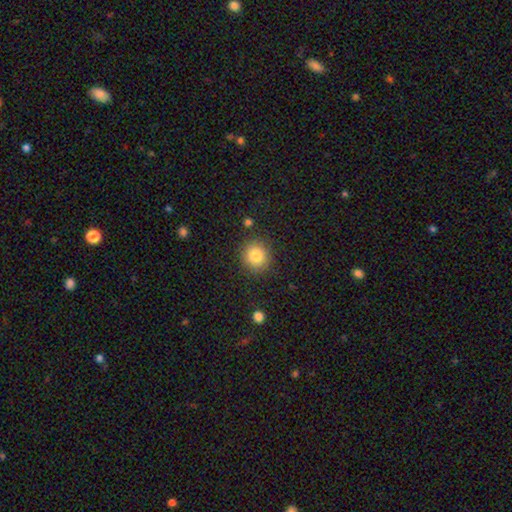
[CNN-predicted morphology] smooth-or-featured: smooth: 83% | star or artifact: 10% | featured or disk: 7%
  how-rounded: round: 88% | in between: 11% | cigar-shaped: 1%
  merging: none: 86% | minor disturbance: 9% | major disturbance: 3% | merger: 2%